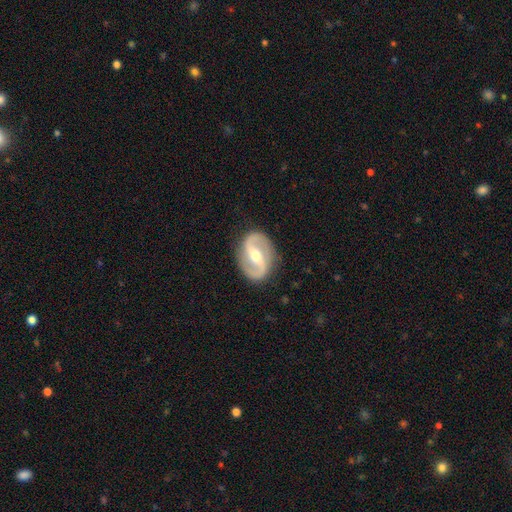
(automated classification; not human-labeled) Smooth or featured?
  - featured or disk: 89% *
  - smooth: 7%
  - star or artifact: 4%
Edge-on disk?
  - no: 98% *
  - yes: 2%
Bar?
  - strong: 49% *
  - weak: 35%
  - no: 16%
Spiral arms?
  - yes: 94% *
  - no: 6%
Spiral winding?
  - medium: 49% *
  - loose: 32%
  - tight: 20%
Spiral arm count?
  - 2: 94% *
  - can't tell: 2%
  - 1: 1%
  - 3: 1%
  - 4: 1%
  - more than 4: 1%
Bulge size?
  - moderate: 64% *
  - small: 32%
  - large: 2%
  - none: 1%
  - dominant: 1%
Merging?
  - none: 88% *
  - minor disturbance: 9%
  - major disturbance: 3%
  - merger: 1%